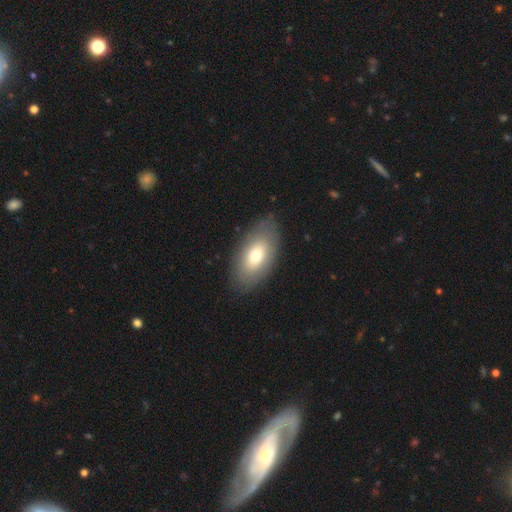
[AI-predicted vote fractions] A smooth galaxy with no disk features (69%) that is in between round and cigar-shaped (93%).

Vote fractions:
- Smooth or featured? smooth: 69% / featured or disk: 24% / star or artifact: 6%
- How rounded? in between: 93% / round: 4% / cigar-shaped: 3%
- Merging? none: 83% / minor disturbance: 12% / major disturbance: 4% / merger: 1%